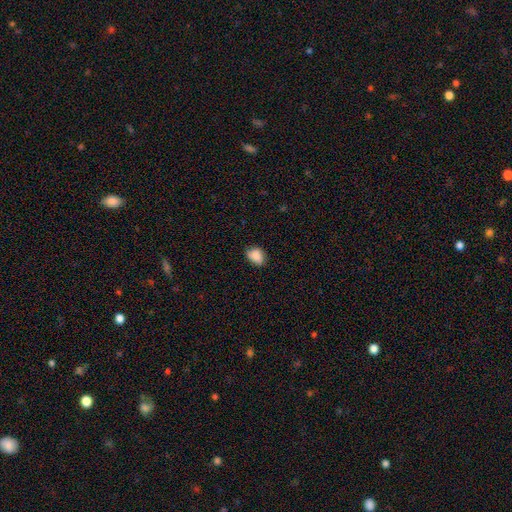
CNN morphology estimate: Smooth or featured? Predicted: smooth (p=0.87). How rounded? Predicted: in between (p=0.70). Merging? Predicted: none (p=0.75).